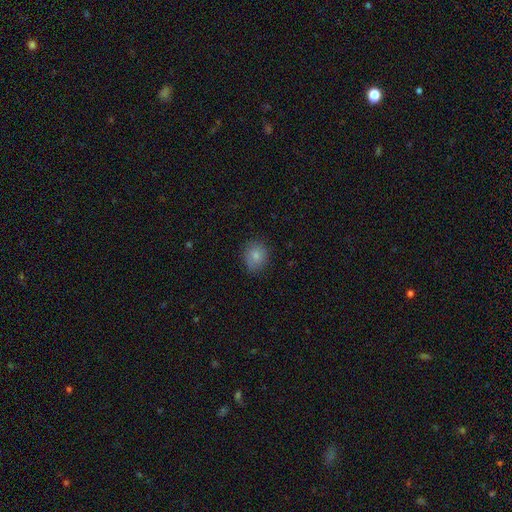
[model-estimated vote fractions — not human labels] Smooth or featured? smooth (82%)
How rounded? round (67%)
Merging? none (77%)